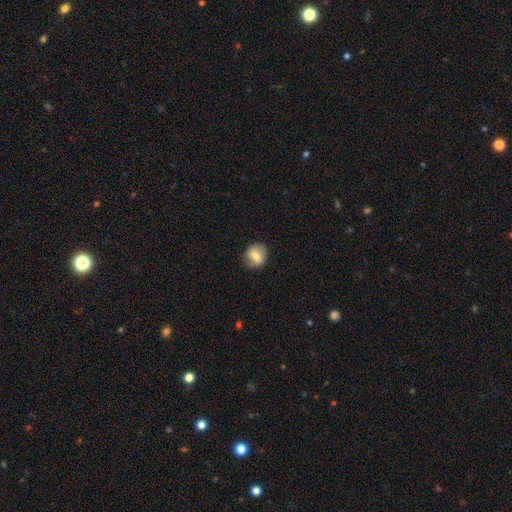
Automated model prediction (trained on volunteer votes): Overall: smooth (72%). How rounded: round (75%). Merging: none (85%).